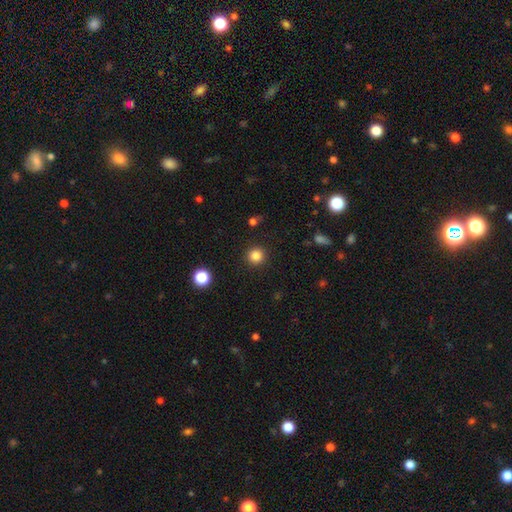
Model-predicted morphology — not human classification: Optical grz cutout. It shows a smooth galaxy with no disk features (84%) that is round (95%). Merging: none (92%).